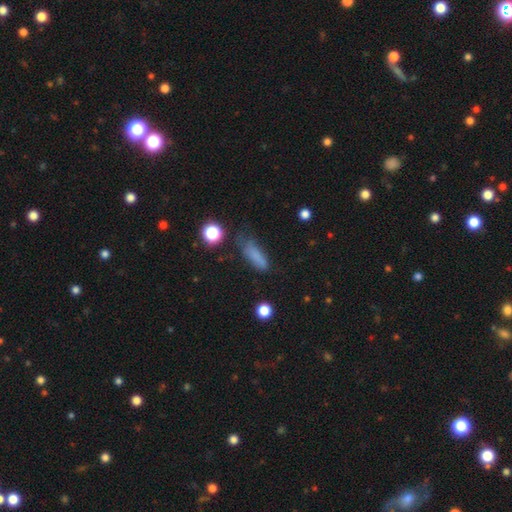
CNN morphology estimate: smooth-or-featured: smooth: 76% | star or artifact: 13% | featured or disk: 10%
  how-rounded: cigar-shaped: 50% | in between: 46% | round: 4%
  merging: none: 58% | minor disturbance: 27% | major disturbance: 11% | merger: 4%